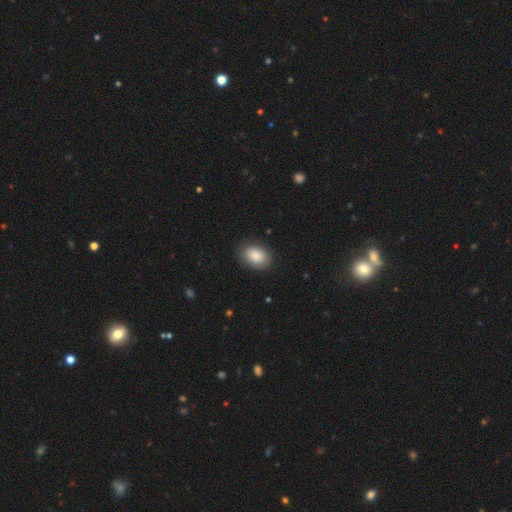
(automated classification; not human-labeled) smooth_or_featured: smooth (p=0.86) [alt: featured or disk p=0.07]
how_rounded: in between (p=0.76) [alt: round p=0.23]
merging: none (p=0.85) [alt: minor disturbance p=0.11]